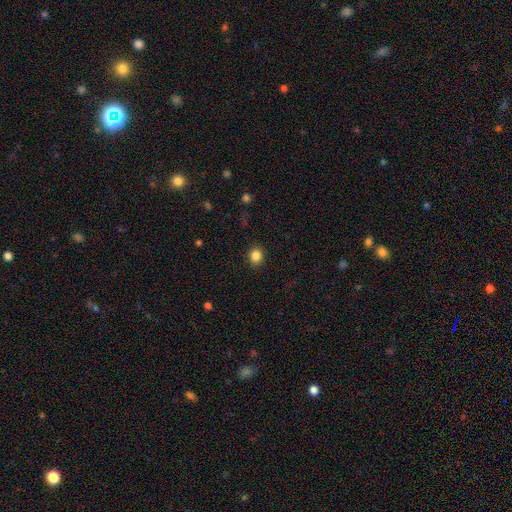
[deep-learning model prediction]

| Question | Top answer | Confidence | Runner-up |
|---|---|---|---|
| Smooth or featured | smooth | 85% | star or artifact (11%) |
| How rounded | round | 70% | in between (29%) |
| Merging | none | 90% | minor disturbance (7%) |